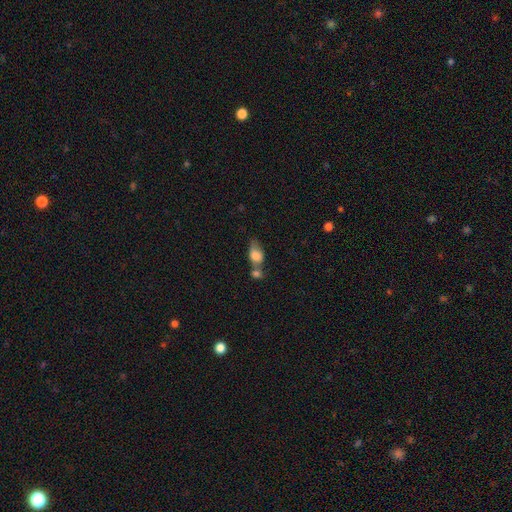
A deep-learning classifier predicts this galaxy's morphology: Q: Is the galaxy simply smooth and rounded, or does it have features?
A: smooth — 76%.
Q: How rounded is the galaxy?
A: in between — 79%.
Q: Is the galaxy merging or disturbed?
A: merger — 54%.